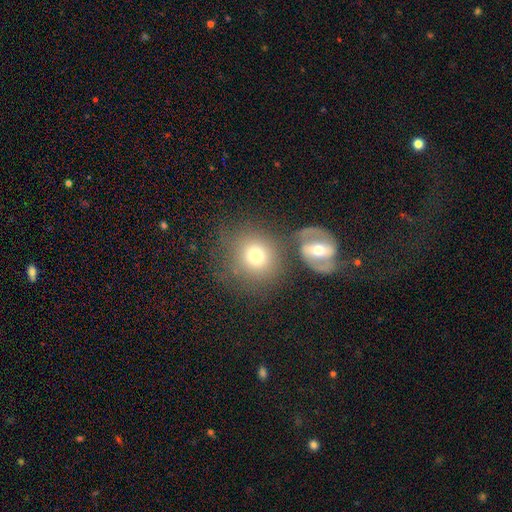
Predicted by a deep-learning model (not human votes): This is likely a smooth galaxy (69%). How rounded: clearly round (83%). Merging: possibly none (53%).